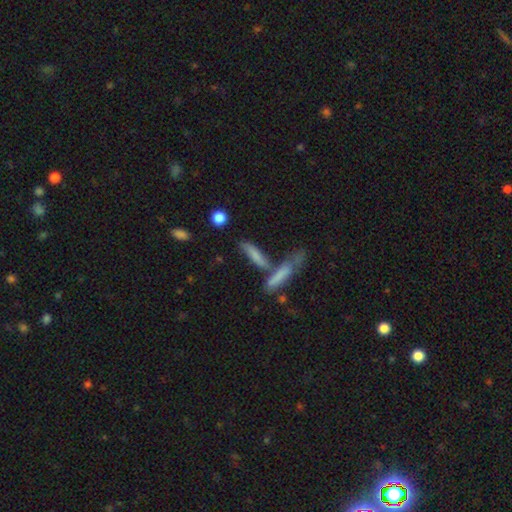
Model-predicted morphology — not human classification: Q: Smooth or featured?
A: smooth (65%); runner-up: featured or disk (26%)
Q: How rounded?
A: cigar-shaped (74%); runner-up: in between (23%)
Q: Merging?
A: none (47%); runner-up: merger (31%)